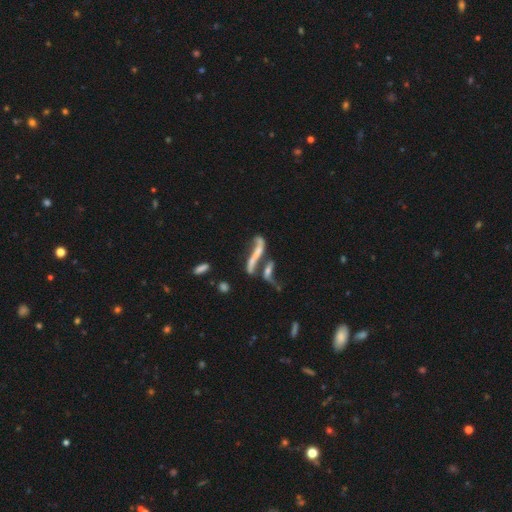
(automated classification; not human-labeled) The model was most divided on "edge-on disk": no: 55%, yes: 45%. Remaining: smooth or featured — featured or disk (59%); merging — merger (44%).